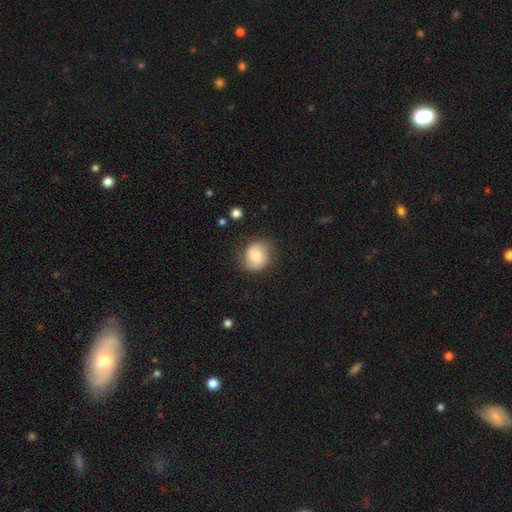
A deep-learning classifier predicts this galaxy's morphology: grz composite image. It shows a smooth galaxy with no disk features (67%) that is round (73%). Merging: none (76%).